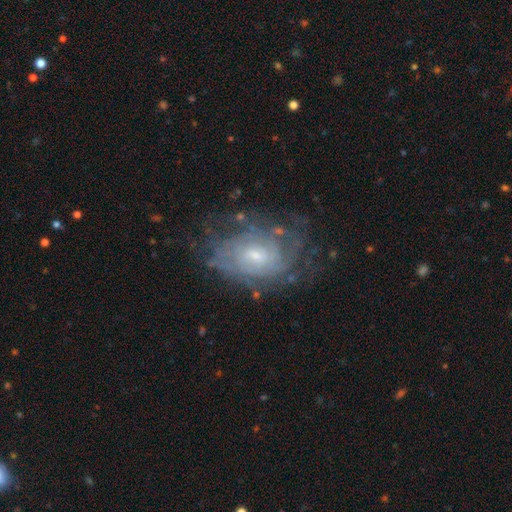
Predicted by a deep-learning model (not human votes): Morphology: type=featured or disk (74%); edge-on=no (96%); bar=no (58%); spiral arms=yes (77%); winding=tight (61%); arm count=can't tell (64%); bulge=small (54%); merging=none (63%).